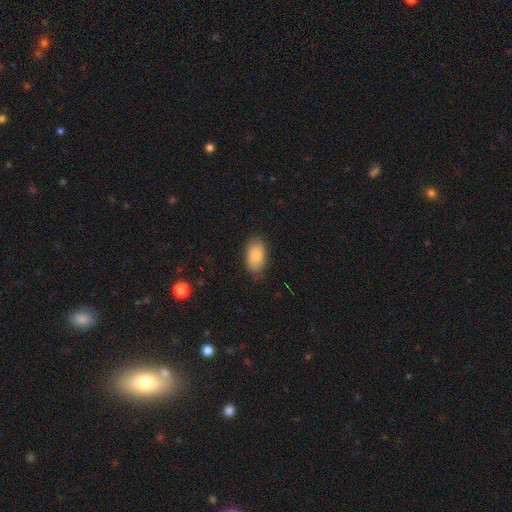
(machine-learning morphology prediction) Smooth or featured?
  - smooth: 84% *
  - featured or disk: 10%
  - star or artifact: 7%
How rounded?
  - in between: 94% *
  - round: 4%
  - cigar-shaped: 2%
Merging?
  - none: 79% *
  - minor disturbance: 16%
  - major disturbance: 4%
  - merger: 1%